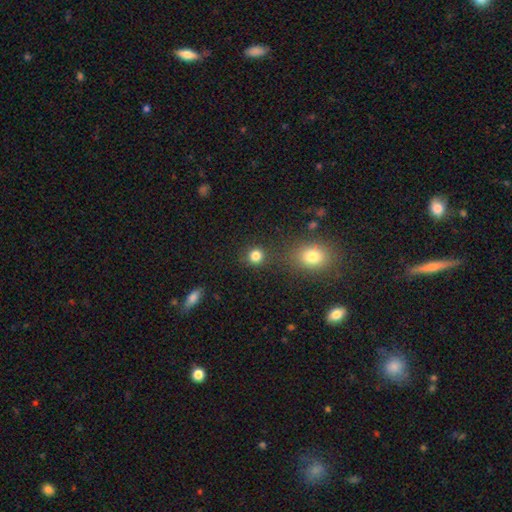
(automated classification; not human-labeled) This is clearly a smooth galaxy (82%). How rounded: clearly round (89%). Merging: clearly none (83%).